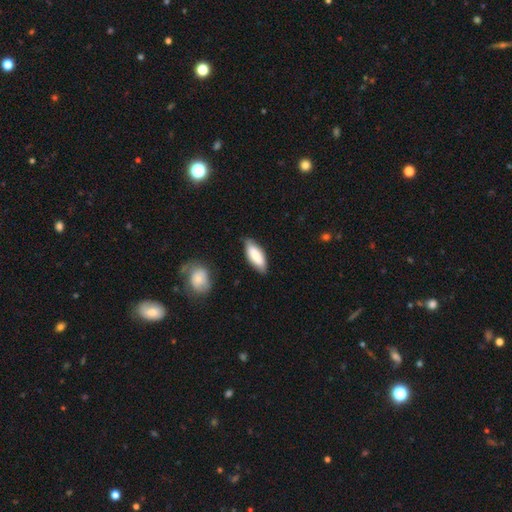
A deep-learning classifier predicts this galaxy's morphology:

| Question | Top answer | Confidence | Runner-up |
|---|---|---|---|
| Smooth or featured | smooth | 77% | featured or disk (18%) |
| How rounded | in between | 75% | cigar-shaped (23%) |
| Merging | none | 78% | minor disturbance (17%) |